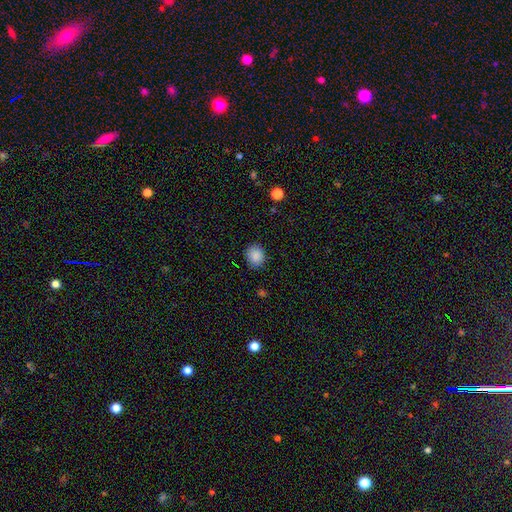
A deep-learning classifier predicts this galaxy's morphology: Smooth or featured? Predicted: smooth (p=0.88). How rounded? Predicted: round (p=0.71). Merging? Predicted: none (p=0.86).